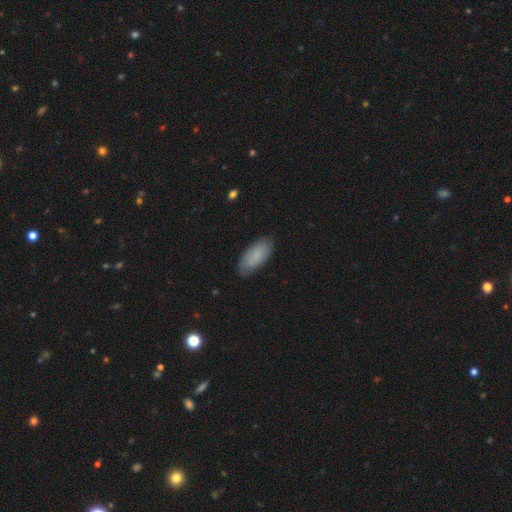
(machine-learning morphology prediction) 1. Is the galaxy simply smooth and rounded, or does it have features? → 79% smooth, 15% featured or disk, 6% star or artifact.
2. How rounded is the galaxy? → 86% in between, 12% cigar-shaped, 2% round.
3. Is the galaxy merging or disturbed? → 82% none, 15% minor disturbance, 3% major disturbance, 1% merger.